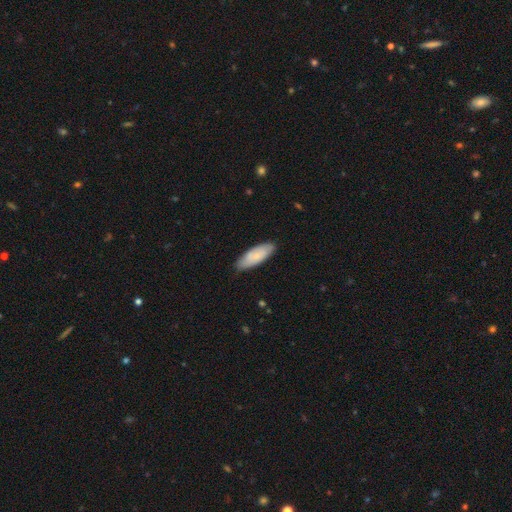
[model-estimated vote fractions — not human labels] Smooth or featured? smooth (72%)
How rounded? in between (68%)
Merging? none (81%)